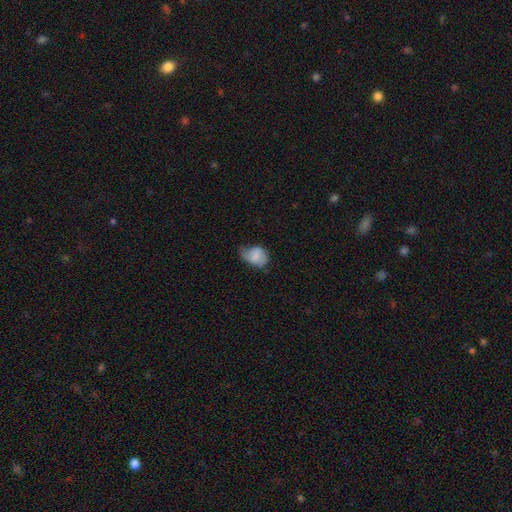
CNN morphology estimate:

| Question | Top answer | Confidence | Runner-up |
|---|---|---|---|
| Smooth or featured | smooth | 68% | featured or disk (24%) |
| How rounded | in between | 67% | round (32%) |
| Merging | minor disturbance | 43% | none (32%) |